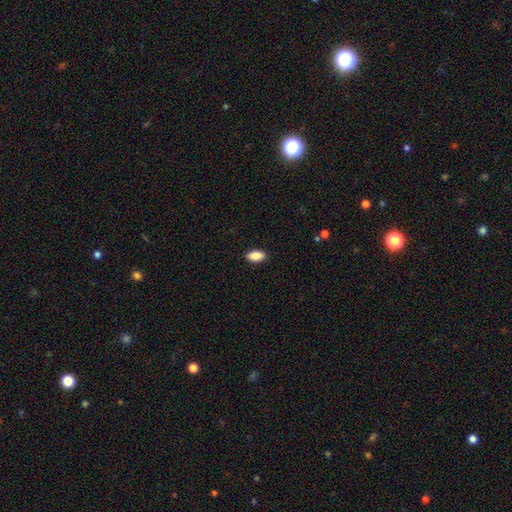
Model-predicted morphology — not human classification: type=smooth (89%); roundness=in between (92%); merging=none (90%).